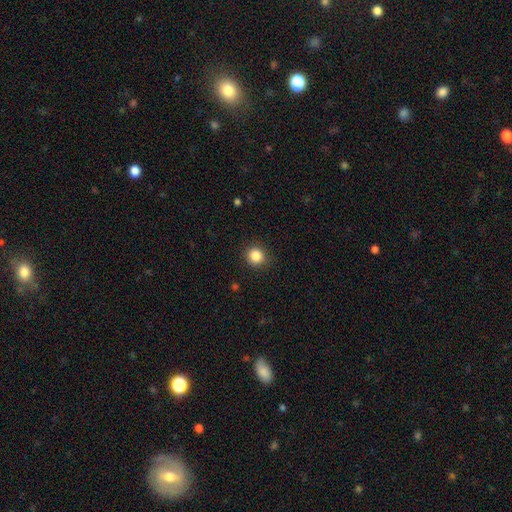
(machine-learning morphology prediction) Q: Smooth or featured?
A: smooth (86%); runner-up: star or artifact (10%)
Q: How rounded?
A: round (90%); runner-up: in between (10%)
Q: Merging?
A: none (90%); runner-up: minor disturbance (7%)